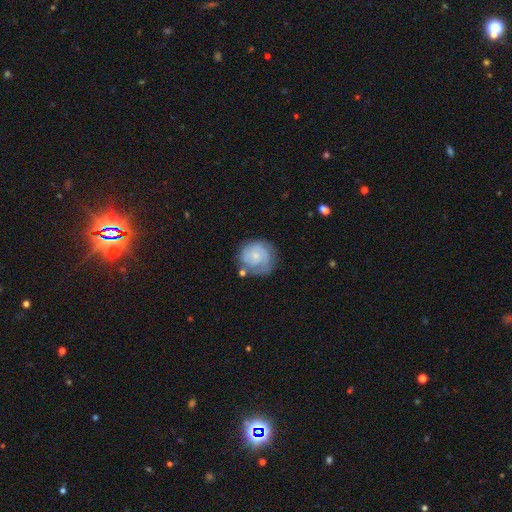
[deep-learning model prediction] Smooth or featured? featured or disk (62%)
Edge-on disk? no (98%)
Bar? no (74%)
Spiral arms? yes (88%)
Spiral winding? tight (65%)
Spiral arm count? 2 (41%)
Bulge size? small (65%)
Merging? none (65%)